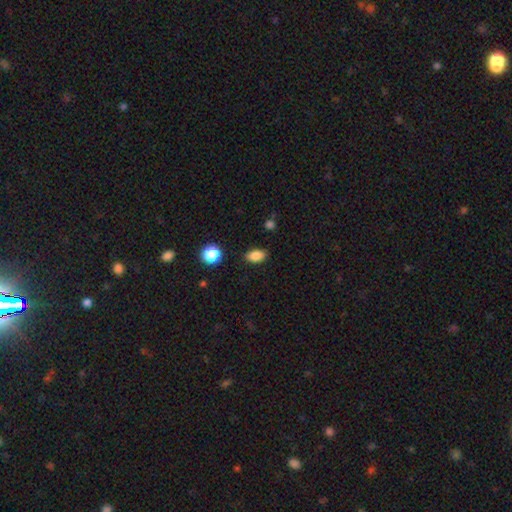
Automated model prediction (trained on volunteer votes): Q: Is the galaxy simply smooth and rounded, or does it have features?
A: smooth — 86%.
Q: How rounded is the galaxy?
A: in between — 86%.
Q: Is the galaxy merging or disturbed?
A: none — 84%.